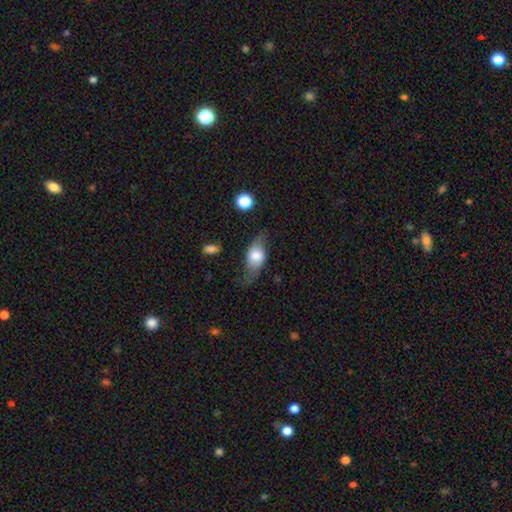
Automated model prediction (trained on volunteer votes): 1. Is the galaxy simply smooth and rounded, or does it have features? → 51% smooth, 42% featured or disk, 7% star or artifact.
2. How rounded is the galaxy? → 78% in between, 12% round, 10% cigar-shaped.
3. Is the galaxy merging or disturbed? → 57% none, 27% minor disturbance, 14% major disturbance, 3% merger.